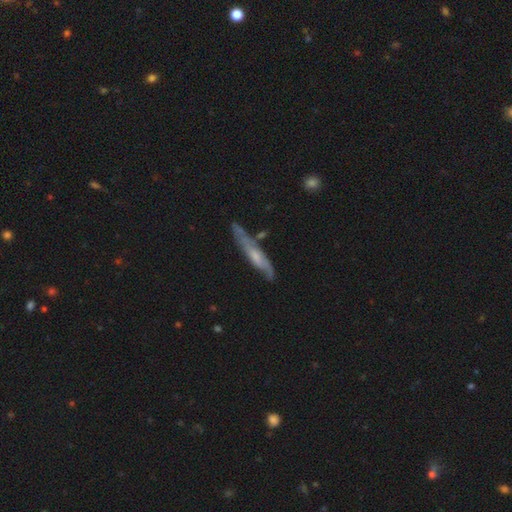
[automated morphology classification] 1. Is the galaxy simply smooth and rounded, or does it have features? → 61% featured or disk, 32% smooth, 6% star or artifact.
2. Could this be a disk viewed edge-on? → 60% yes, 40% no.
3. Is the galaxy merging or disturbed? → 64% none, 23% minor disturbance, 7% major disturbance, 6% merger.